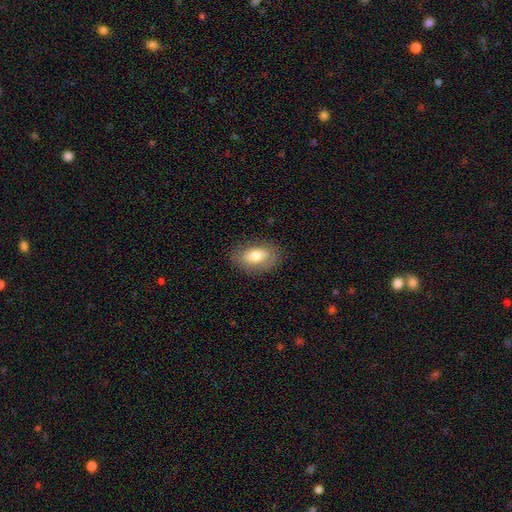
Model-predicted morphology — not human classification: smooth 71%, featured or disk 22%, star or artifact 7%. Down the decision tree: how rounded — in between (89%); merging — none (81%).